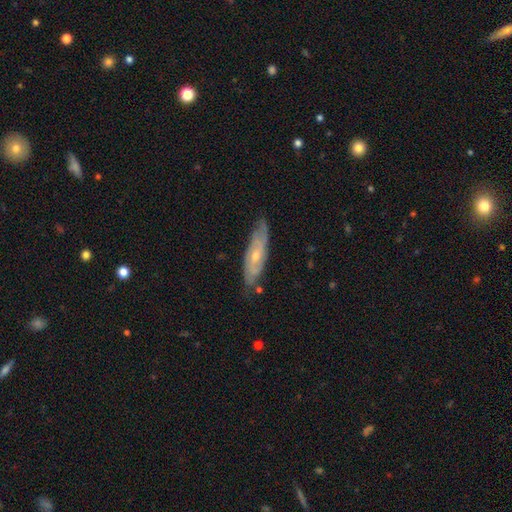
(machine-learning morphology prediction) Overall: featured or disk (68%). Edge-on disk: no (70%; yes 30%). Merging: none (74%).